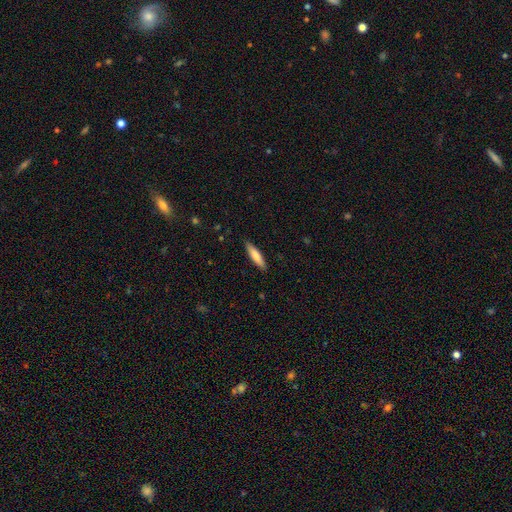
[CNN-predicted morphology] The model was most divided on "smooth or featured": smooth: 76%, featured or disk: 19%, star or artifact: 5%. More confident: merging — none (88%); how rounded — cigar-shaped (79%).